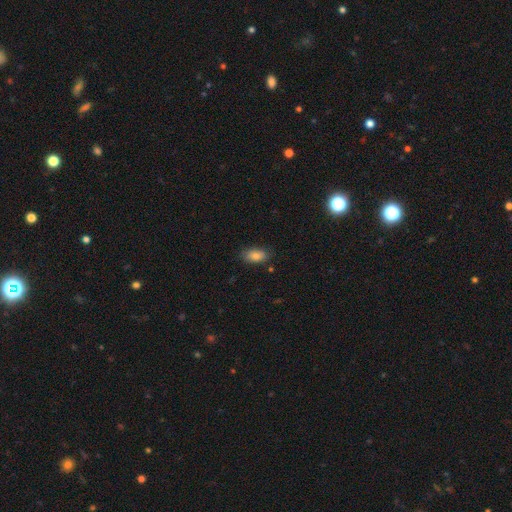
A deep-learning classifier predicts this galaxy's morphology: smooth-or-featured: smooth: 84% | featured or disk: 8% | star or artifact: 8%
  how-rounded: in between: 91% | cigar-shaped: 5% | round: 5%
  merging: none: 82% | minor disturbance: 14% | major disturbance: 3% | merger: 2%